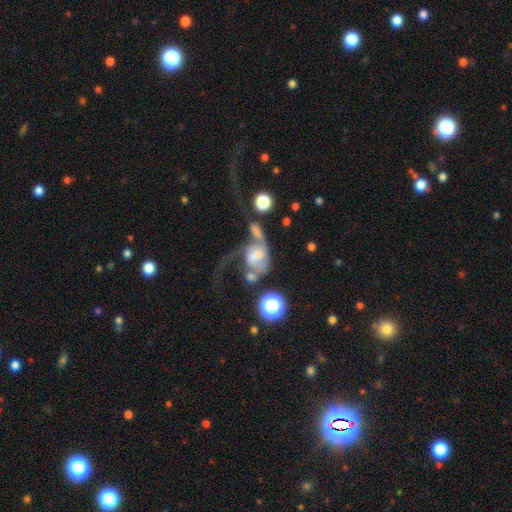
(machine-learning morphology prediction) smooth_or_featured: featured or disk (p=0.55) [alt: smooth p=0.34]
disk_edge_on: no (p=0.96) [alt: yes p=0.04]
bar: no (p=0.65) [alt: weak p=0.24]
has_spiral_arms: yes (p=0.61) [alt: no p=0.39]
bulge_size: none (p=0.33) [alt: large p=0.22]
merging: merger (p=0.42) [alt: major disturbance p=0.41]